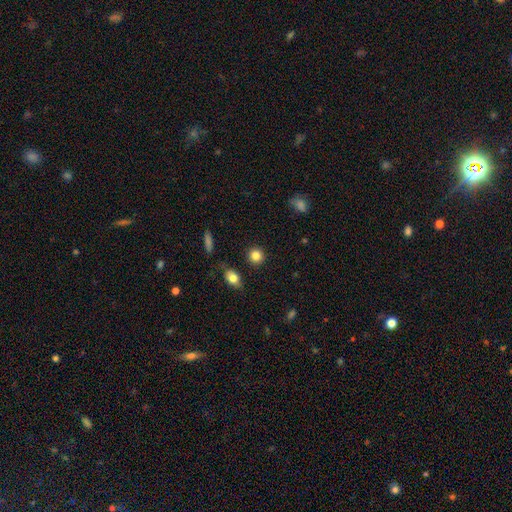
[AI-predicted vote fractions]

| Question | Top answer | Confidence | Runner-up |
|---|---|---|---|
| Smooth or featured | smooth | 84% | star or artifact (10%) |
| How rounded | round | 89% | in between (10%) |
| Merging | none | 89% | minor disturbance (7%) |